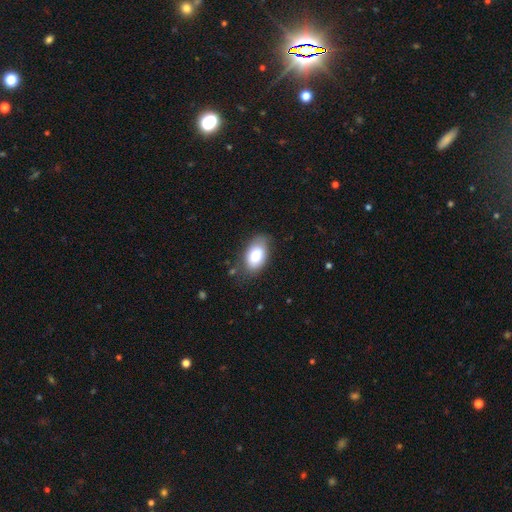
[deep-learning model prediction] Smooth or featured? Predicted: smooth (p=0.82). How rounded? Predicted: in between (p=0.93). Merging? Predicted: none (p=0.74).